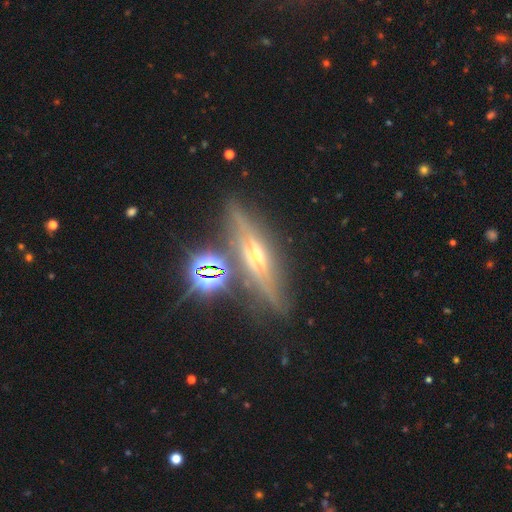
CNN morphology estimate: Smooth or featured?
  - featured or disk: 70% *
  - star or artifact: 17%
  - smooth: 13%
Edge-on disk?
  - yes: 89% *
  - no: 11%
Edge-on bulge?
  - rounded: 83% *
  - none: 12%
  - boxy: 6%
Merging?
  - none: 79% *
  - minor disturbance: 12%
  - major disturbance: 4%
  - merger: 4%